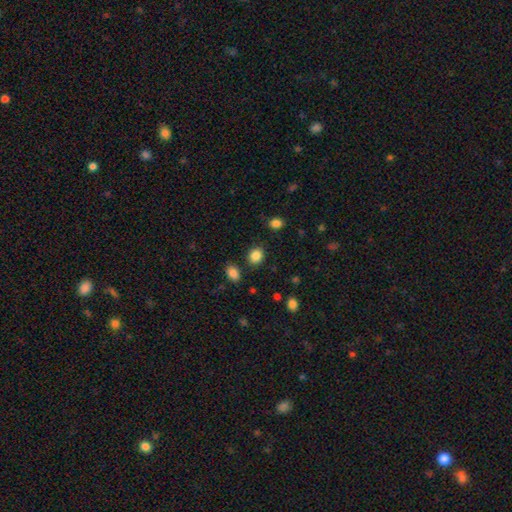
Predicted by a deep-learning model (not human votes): This appears to be a smooth galaxy with no disk features (86%) that is round (62%). Merging: none (84%).